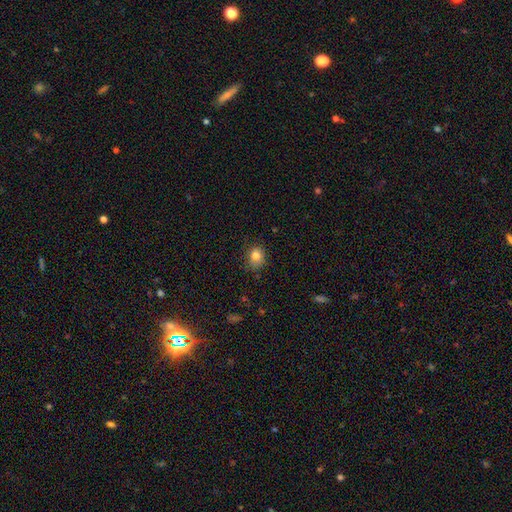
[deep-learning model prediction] Smooth or featured?
  - smooth: 81% *
  - star or artifact: 11%
  - featured or disk: 7%
How rounded?
  - round: 66% *
  - in between: 33%
  - cigar-shaped: 1%
Merging?
  - none: 74% *
  - minor disturbance: 20%
  - major disturbance: 4%
  - merger: 1%